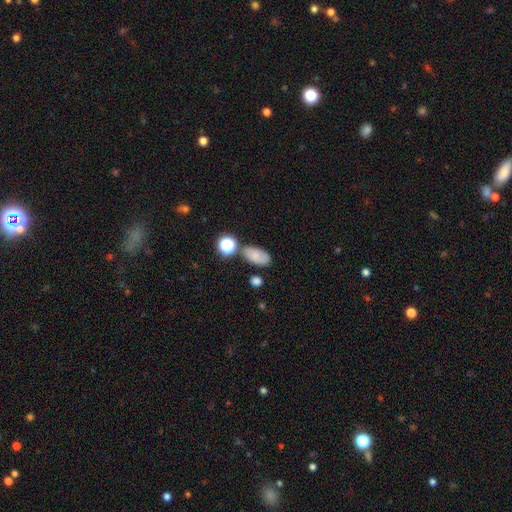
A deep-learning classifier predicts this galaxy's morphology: Smooth or featured? Predicted: smooth (p=0.72). How rounded? Predicted: in between (p=0.88). Merging? Predicted: none (p=0.71).